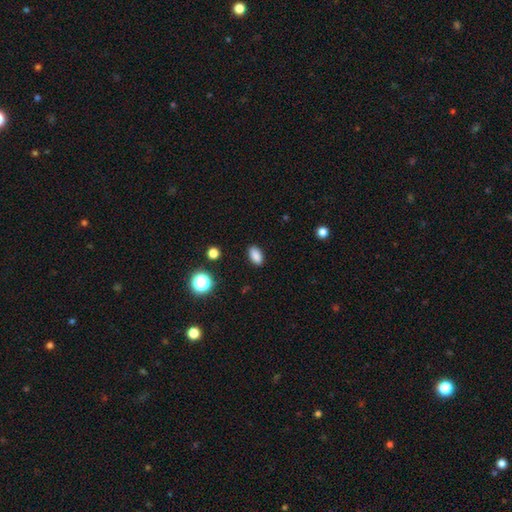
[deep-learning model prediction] The model was most divided on "smooth or featured": smooth: 85%, star or artifact: 11%, featured or disk: 4%. More confident: how rounded — in between (90%); merging — none (89%).